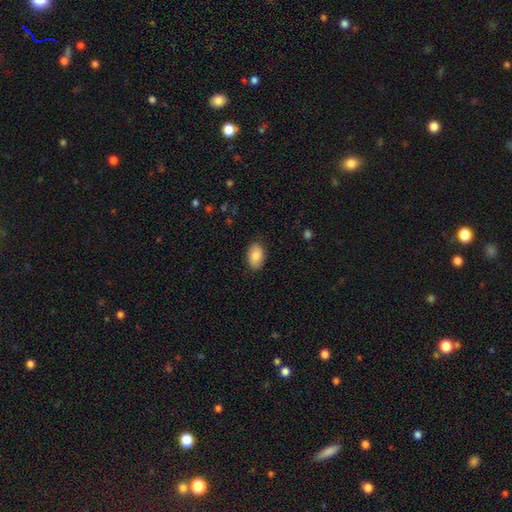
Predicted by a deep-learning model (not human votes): Q: Smooth or featured?
A: smooth (85%); runner-up: featured or disk (8%)
Q: How rounded?
A: in between (90%); runner-up: round (9%)
Q: Merging?
A: none (86%); runner-up: minor disturbance (11%)